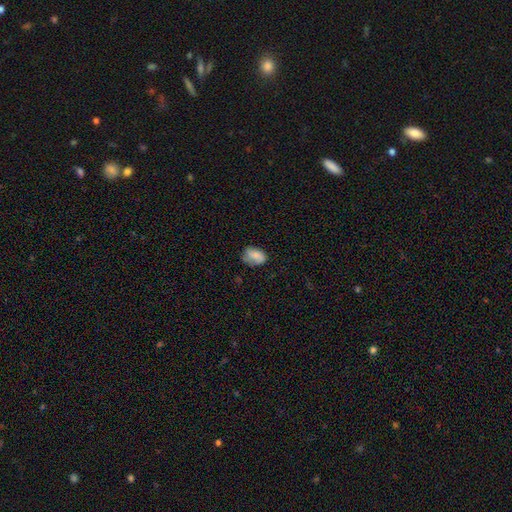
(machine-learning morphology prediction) This appears to be a smooth galaxy with no disk features (76%) that is in between round and cigar-shaped (82%). Merging: none (56%).